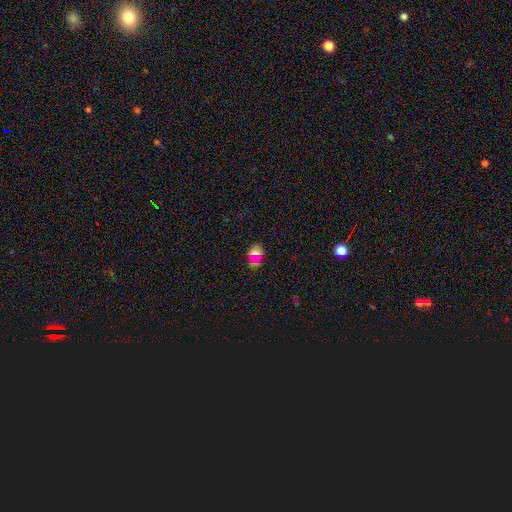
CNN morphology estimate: Q: Smooth or featured?
A: smooth (58%); runner-up: star or artifact (30%)
Q: How rounded?
A: in between (64%); runner-up: round (34%)
Q: Merging?
A: none (72%); runner-up: minor disturbance (16%)